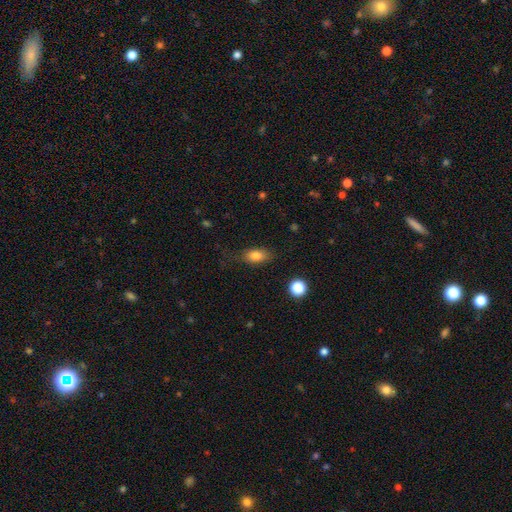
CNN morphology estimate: A smooth galaxy with no disk features (80%) that is in between round and cigar-shaped (82%). Merging: none (74%).